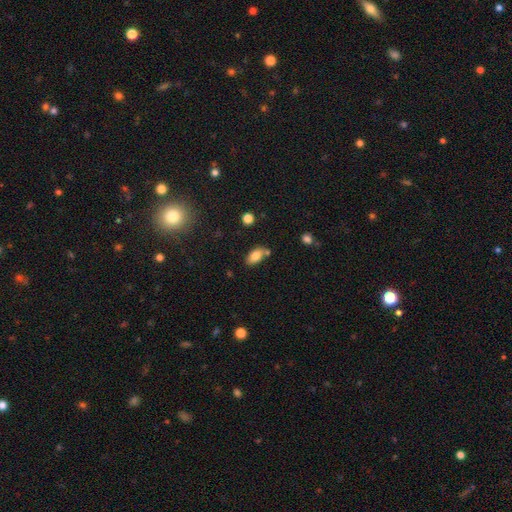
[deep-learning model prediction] Smooth or featured? Predicted: smooth (p=0.81). How rounded? Predicted: in between (p=0.91). Merging? Predicted: none (p=0.67).